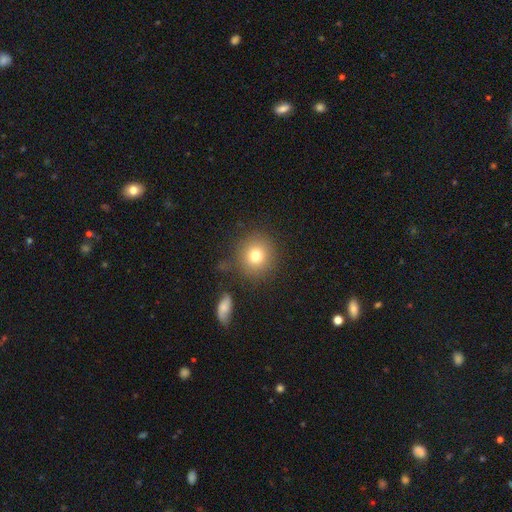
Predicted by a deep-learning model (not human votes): Smooth or featured? smooth (77%)
How rounded? round (91%)
Merging? none (84%)